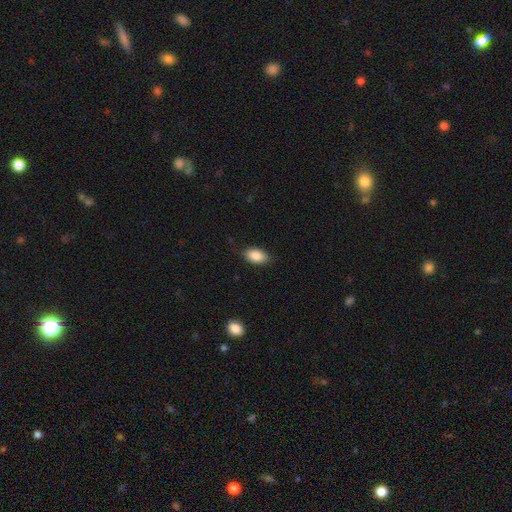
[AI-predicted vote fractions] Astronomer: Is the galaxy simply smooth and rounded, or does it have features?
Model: smooth — 88%.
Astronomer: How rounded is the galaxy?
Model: in between — 93%.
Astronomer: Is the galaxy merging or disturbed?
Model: none — 85%.